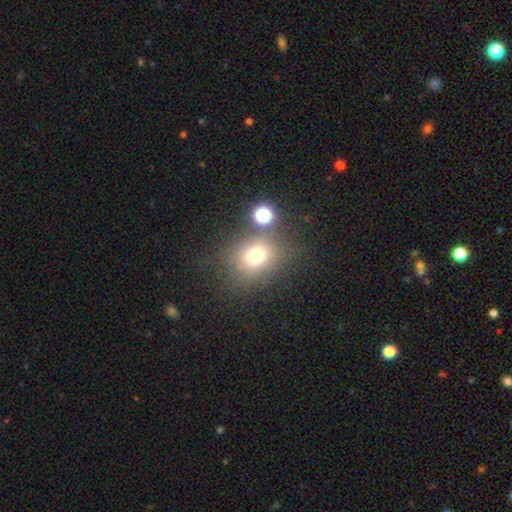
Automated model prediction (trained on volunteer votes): Smooth or featured?
  - smooth: 70% *
  - star or artifact: 18%
  - featured or disk: 11%
How rounded?
  - round: 70% *
  - in between: 29%
  - cigar-shaped: 1%
Merging?
  - none: 67% *
  - merger: 13%
  - minor disturbance: 12%
  - major disturbance: 7%